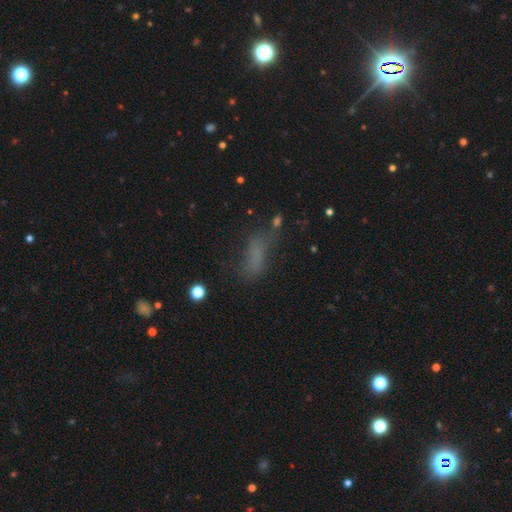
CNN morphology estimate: Overall: smooth (65%). How rounded: in between (62%; cigar-shaped 33%). Merging: none (49%; minor disturbance 24%).